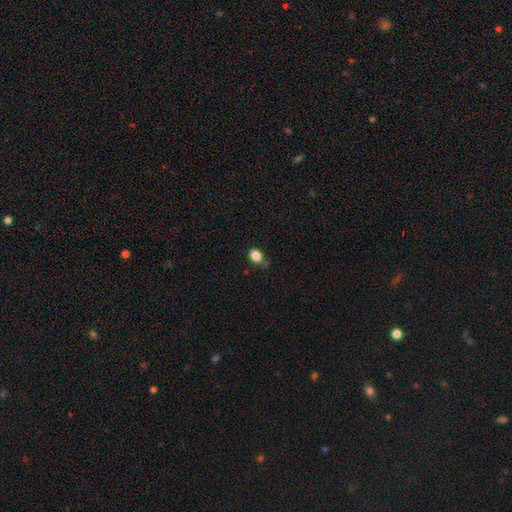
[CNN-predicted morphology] smooth 85%, star or artifact 10%, featured or disk 5%. Down the decision tree: how rounded — in between (79%); merging — none (58%).